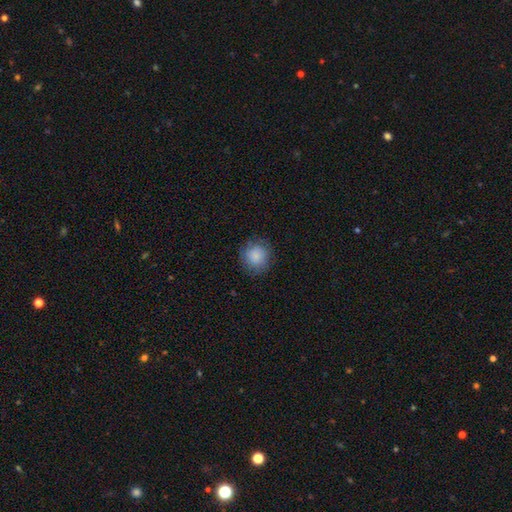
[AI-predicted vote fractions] This is clearly a smooth galaxy (86%). How rounded: clearly round (91%). Merging: clearly none (85%).